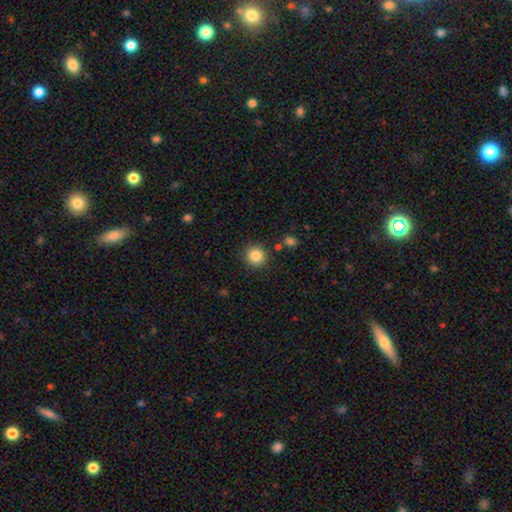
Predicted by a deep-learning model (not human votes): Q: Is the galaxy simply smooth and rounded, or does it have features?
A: smooth — 86%.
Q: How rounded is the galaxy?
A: round — 93%.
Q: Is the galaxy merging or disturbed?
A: none — 89%.